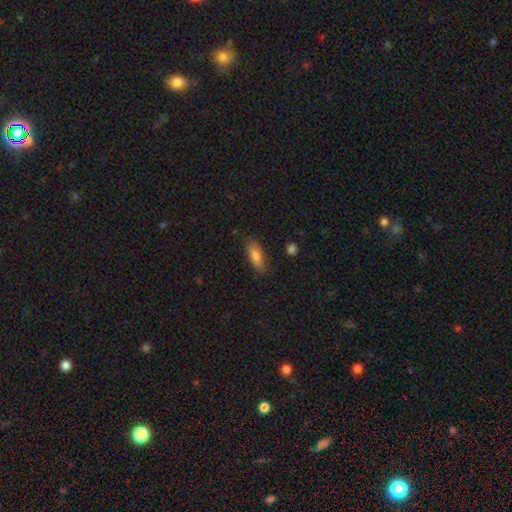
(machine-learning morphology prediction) This is likely a smooth galaxy (80%). How rounded: likely in between (64%). Merging: likely none (80%).